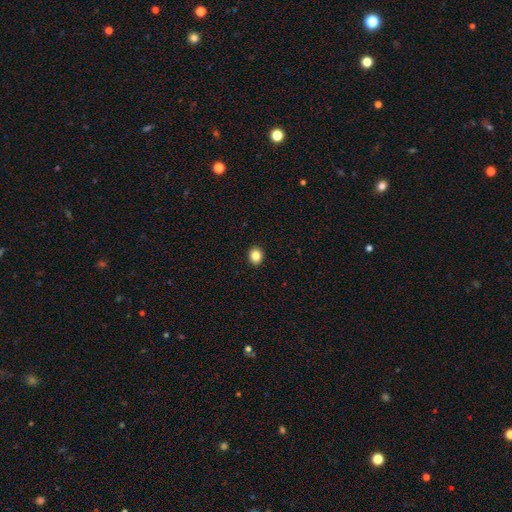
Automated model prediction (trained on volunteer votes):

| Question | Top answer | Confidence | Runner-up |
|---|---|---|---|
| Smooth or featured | smooth | 85% | star or artifact (10%) |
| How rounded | round | 68% | in between (31%) |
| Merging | none | 93% | minor disturbance (5%) |